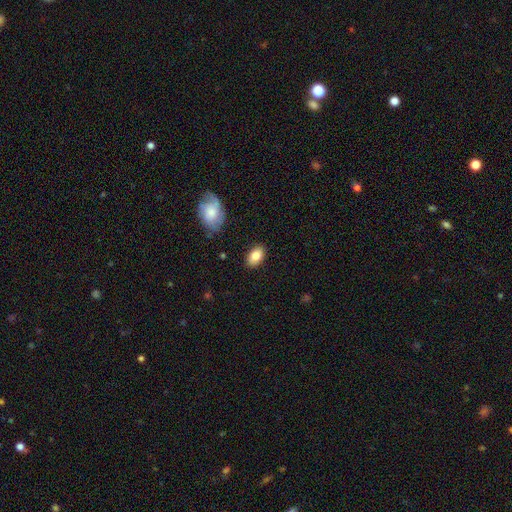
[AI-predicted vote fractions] smooth 84%, featured or disk 9%, star or artifact 7%. Down the decision tree: how rounded — in between (90%); merging — none (87%).